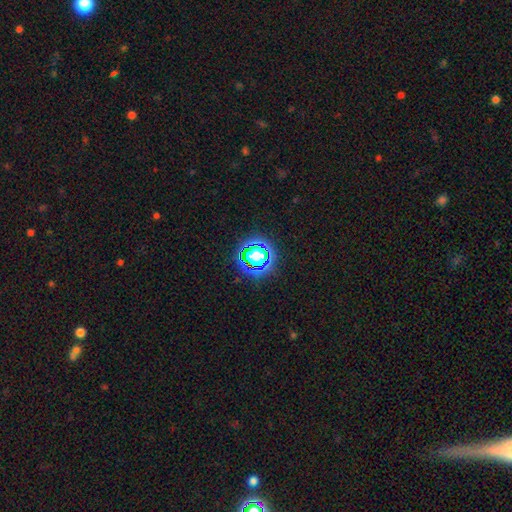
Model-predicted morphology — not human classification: The model was most divided on "smooth or featured": star or artifact: 51%, smooth: 36%, featured or disk: 13%.